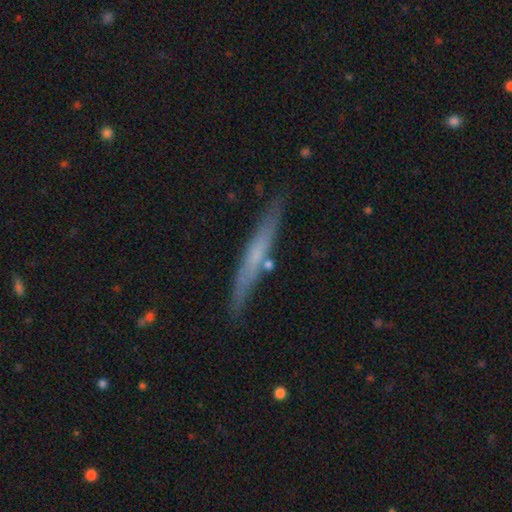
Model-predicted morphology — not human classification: smooth-or-featured: featured or disk: 47% | smooth: 46% | star or artifact: 6%
  merging: none: 83% | minor disturbance: 11% | merger: 3% | major disturbance: 2%